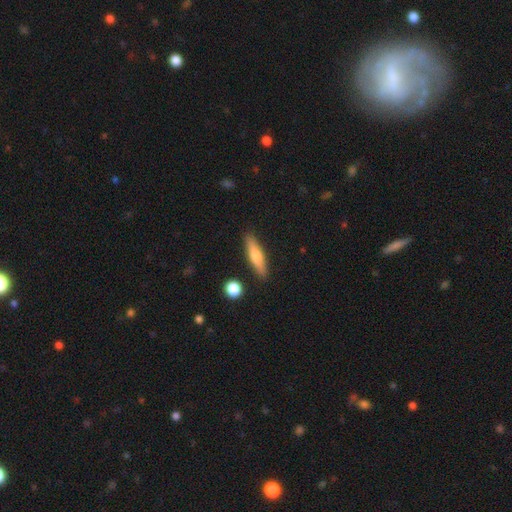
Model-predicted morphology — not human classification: Overall: smooth (62%; featured or disk 32%). How rounded: cigar-shaped (76%). Merging: none (88%).